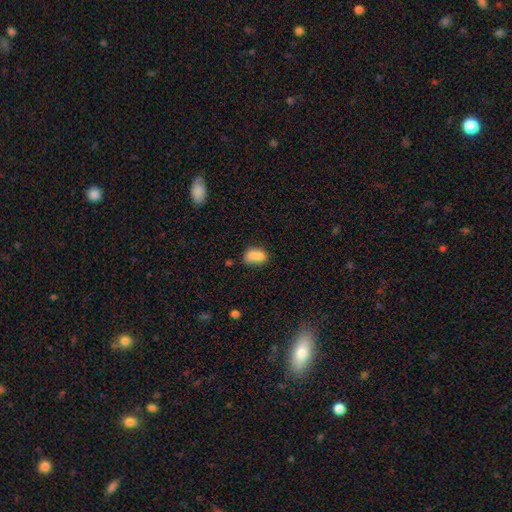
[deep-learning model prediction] This is clearly a smooth galaxy (81%). How rounded: clearly in between (84%). Merging: possibly none (49%).